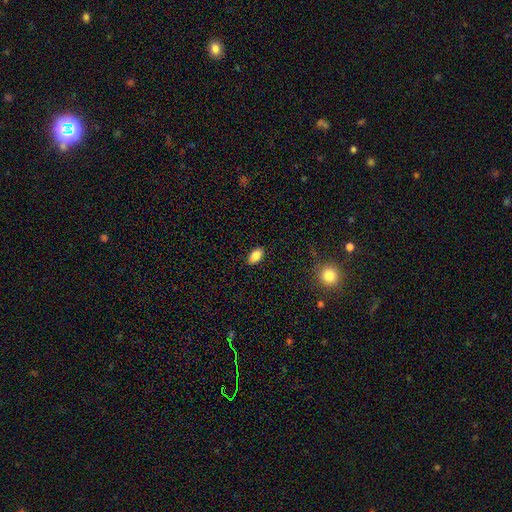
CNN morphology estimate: Smooth or featured: smooth — 85% (star or artifact — 8%)
How rounded: in between — 92% (round — 6%)
Merging: none — 88% (minor disturbance — 9%)